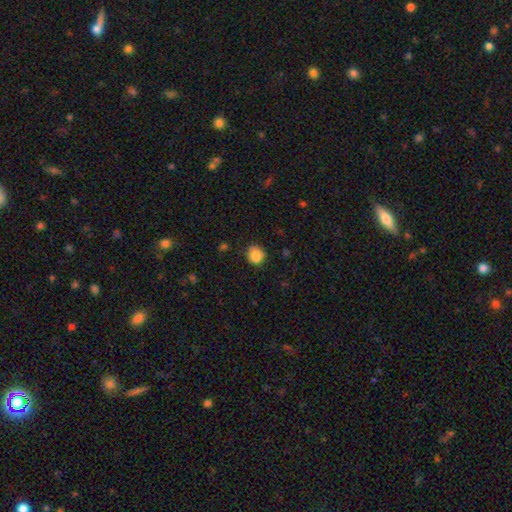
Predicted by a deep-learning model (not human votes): Smooth or featured? Predicted: smooth (p=0.85). How rounded? Predicted: round (p=0.74). Merging? Predicted: none (p=0.70).